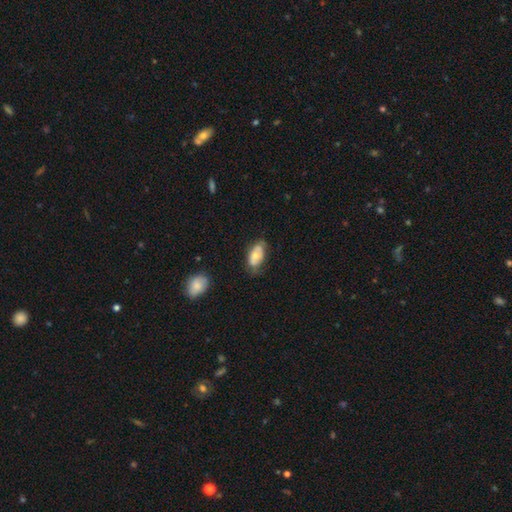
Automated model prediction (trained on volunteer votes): Smooth or featured: smooth — 62% (featured or disk — 31%)
How rounded: in between — 92% (round — 5%)
Merging: none — 54% (minor disturbance — 33%)